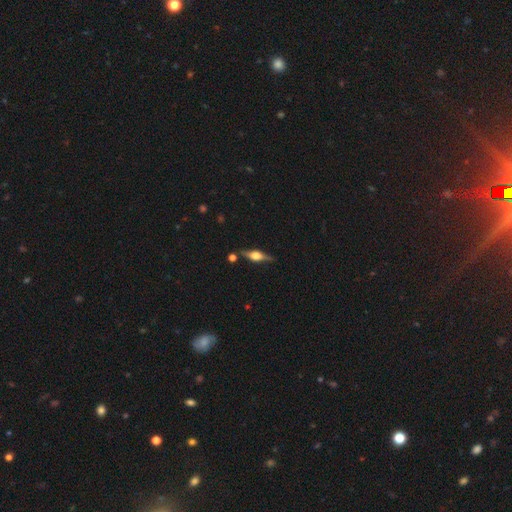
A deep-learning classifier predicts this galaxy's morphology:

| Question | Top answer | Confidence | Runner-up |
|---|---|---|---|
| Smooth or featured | featured or disk | 75% | smooth (19%) |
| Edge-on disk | yes | 96% | no (4%) |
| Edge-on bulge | rounded | 89% | boxy (10%) |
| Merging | none | 82% | minor disturbance (12%) |